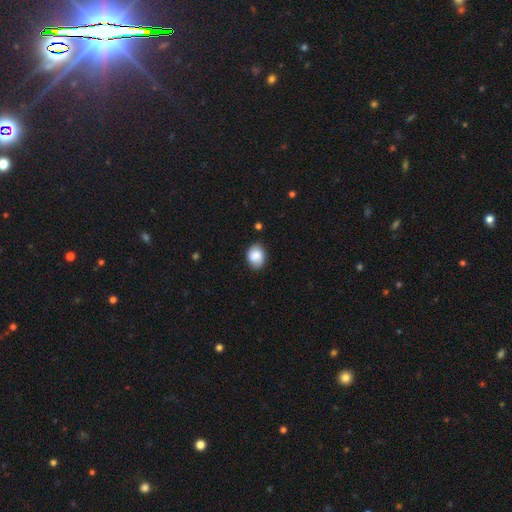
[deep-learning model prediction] Smooth or featured?
  - smooth: 83% *
  - featured or disk: 10%
  - star or artifact: 8%
How rounded?
  - in between: 64% *
  - round: 35%
  - cigar-shaped: 1%
Merging?
  - none: 75% *
  - minor disturbance: 19%
  - major disturbance: 4%
  - merger: 2%